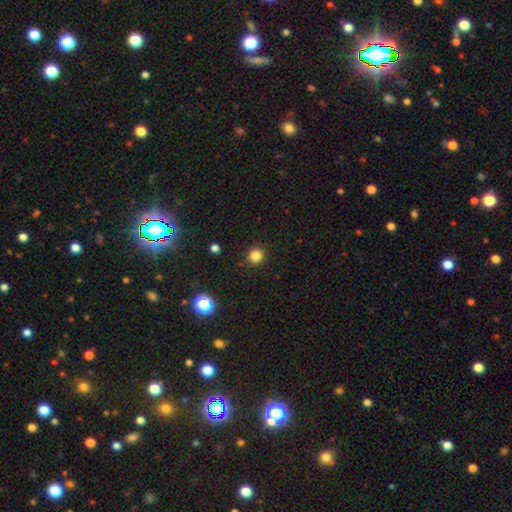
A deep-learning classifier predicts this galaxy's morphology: A smooth galaxy with no disk features (83%) that is round (93%).

Vote fractions:
- Smooth or featured? smooth: 83% / star or artifact: 13% / featured or disk: 4%
- How rounded? round: 93% / in between: 6% / cigar-shaped: 1%
- Merging? none: 91% / minor disturbance: 5% / major disturbance: 2% / merger: 1%